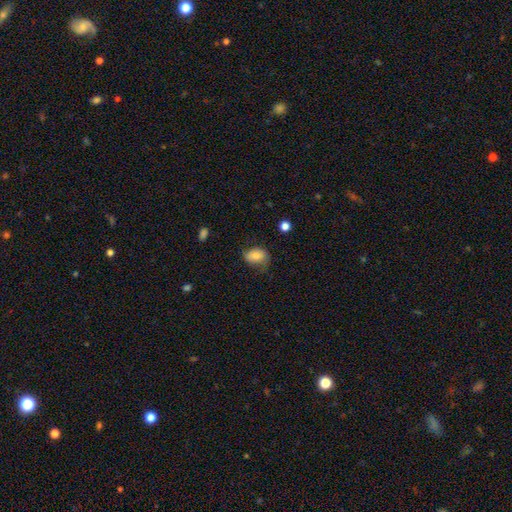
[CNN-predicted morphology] Smooth or featured: smooth — 75% (featured or disk — 17%)
How rounded: in between — 72% (round — 27%)
Merging: none — 56% (minor disturbance — 31%)